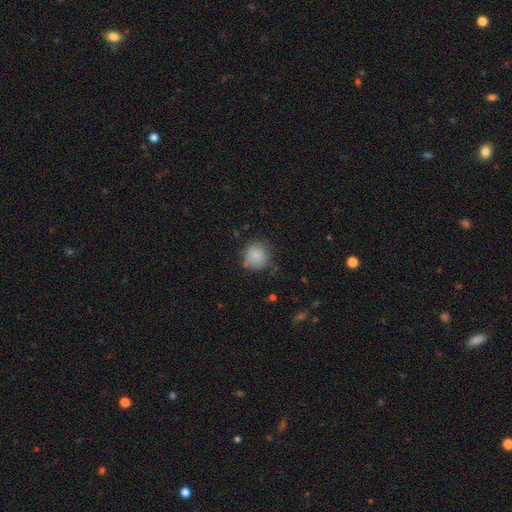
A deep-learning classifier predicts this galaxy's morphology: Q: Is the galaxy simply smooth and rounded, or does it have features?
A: smooth — 84%.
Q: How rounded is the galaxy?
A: round — 89%.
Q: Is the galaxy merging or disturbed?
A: none — 73%.